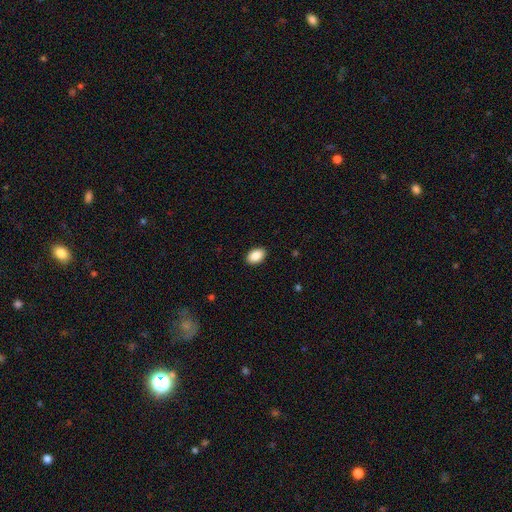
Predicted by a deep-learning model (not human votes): Smooth or featured: smooth — 90% (star or artifact — 7%)
How rounded: in between — 88% (round — 11%)
Merging: none — 90% (minor disturbance — 7%)